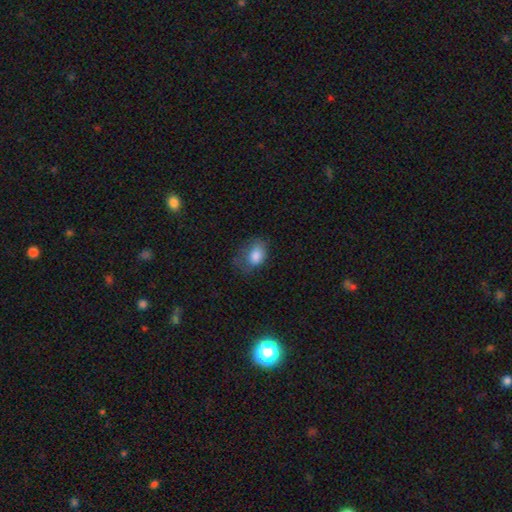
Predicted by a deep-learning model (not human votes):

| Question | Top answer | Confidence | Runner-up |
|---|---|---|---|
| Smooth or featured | smooth | 82% | featured or disk (10%) |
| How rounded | in between | 76% | round (23%) |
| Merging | none | 41% | minor disturbance (33%) |